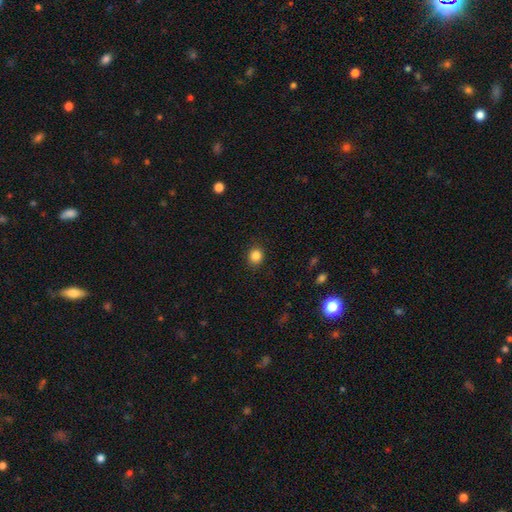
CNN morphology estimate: The model was most divided on "how rounded": round: 77%, in between: 22%, cigar-shaped: 1%. More confident: merging — none (89%); smooth or featured — smooth (86%).